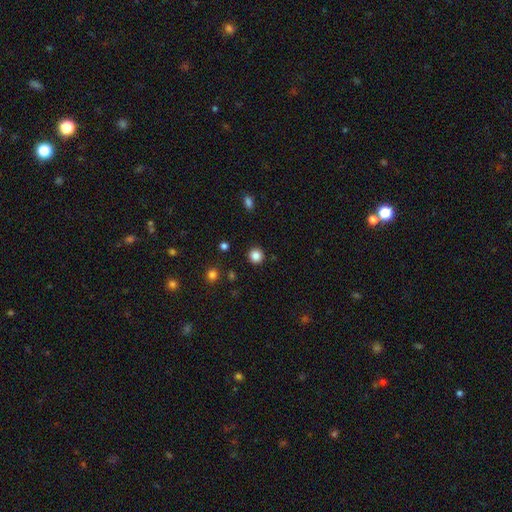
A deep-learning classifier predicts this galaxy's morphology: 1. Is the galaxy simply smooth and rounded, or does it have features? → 85% smooth, 11% star or artifact, 4% featured or disk.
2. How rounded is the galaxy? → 93% round, 6% in between, 1% cigar-shaped.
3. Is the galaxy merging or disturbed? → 92% none, 5% minor disturbance, 2% major disturbance, 2% merger.